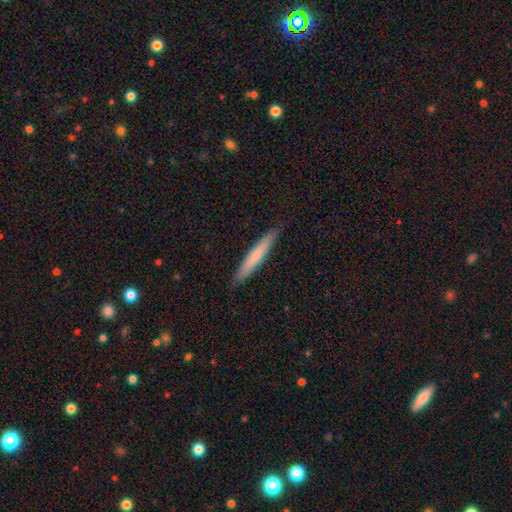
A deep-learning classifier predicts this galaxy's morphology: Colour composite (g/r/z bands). It shows a smooth galaxy with no disk features (69%) that is cigar-shaped (95%). Merging: none (89%).